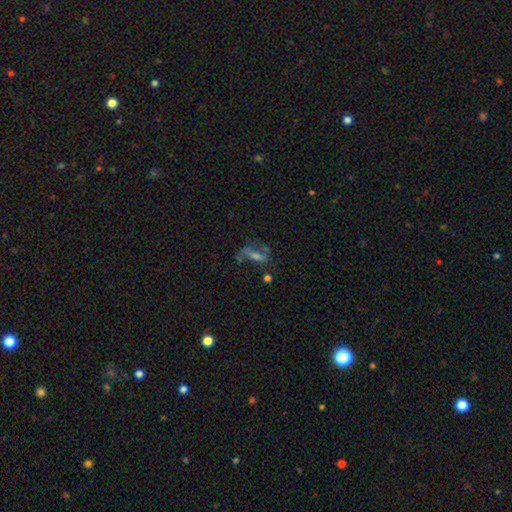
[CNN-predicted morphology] Q: Smooth or featured?
A: featured or disk (57%); runner-up: smooth (22%)
Q: Edge-on disk?
A: no (88%); runner-up: yes (12%)
Q: Bar?
A: no (47%); runner-up: weak (35%)
Q: Spiral arms?
A: yes (63%); runner-up: no (37%)
Q: Bulge size?
A: moderate (39%); runner-up: small (35%)
Q: Merging?
A: none (44%); runner-up: major disturbance (32%)